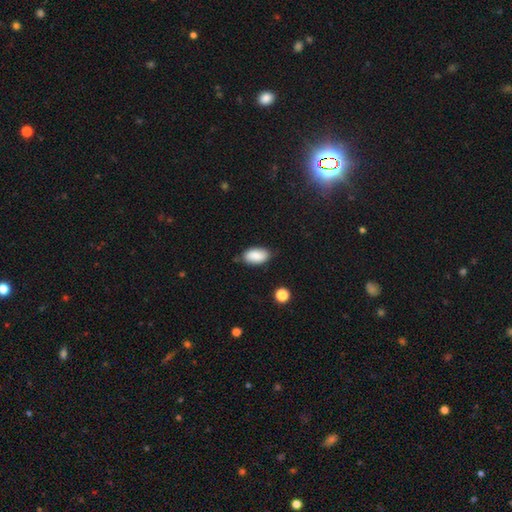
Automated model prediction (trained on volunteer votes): A smooth galaxy with no disk features (87%) that is in between round and cigar-shaped (94%). Merging: none (76%).